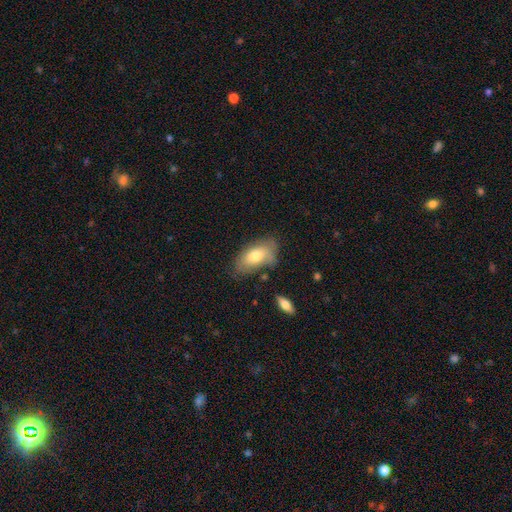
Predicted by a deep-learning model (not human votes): smooth-or-featured: smooth: 72% | featured or disk: 21% | star or artifact: 7%
  how-rounded: in between: 91% | cigar-shaped: 5% | round: 4%
  merging: none: 63% | minor disturbance: 26% | major disturbance: 7% | merger: 4%